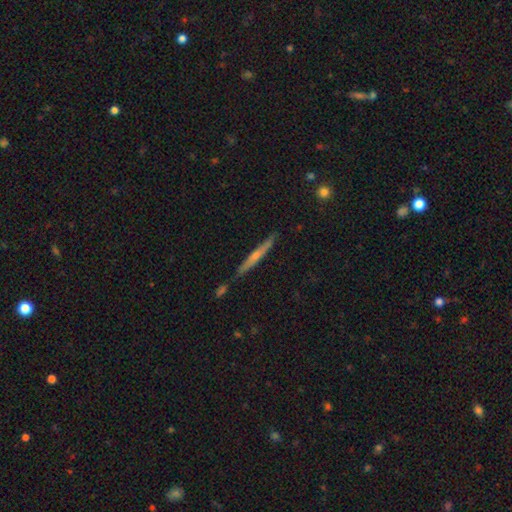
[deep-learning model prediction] Smooth or featured?
  - featured or disk: 51% *
  - smooth: 42%
  - star or artifact: 7%
Edge-on disk?
  - yes: 95% *
  - no: 5%
Merging?
  - none: 79% *
  - minor disturbance: 13%
  - merger: 5%
  - major disturbance: 3%